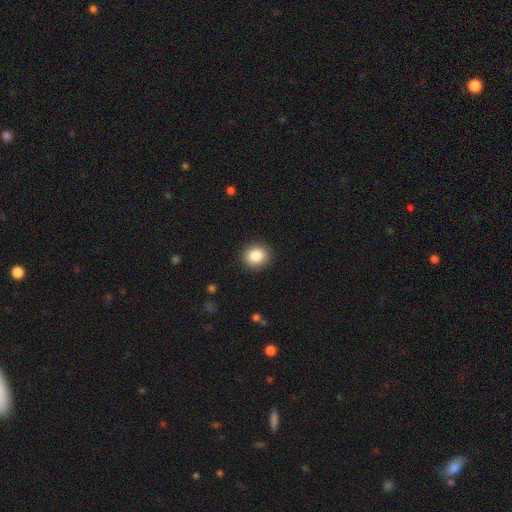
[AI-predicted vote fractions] Smooth or featured? smooth (85%)
How rounded? round (84%)
Merging? none (91%)